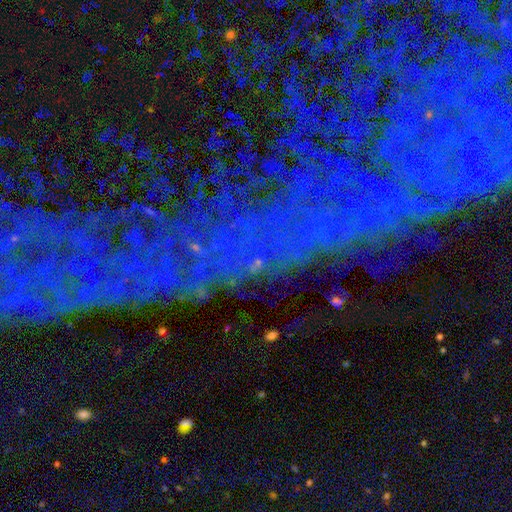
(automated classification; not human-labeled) smooth_or_featured: star or artifact (p=0.77) [alt: featured or disk p=0.14]